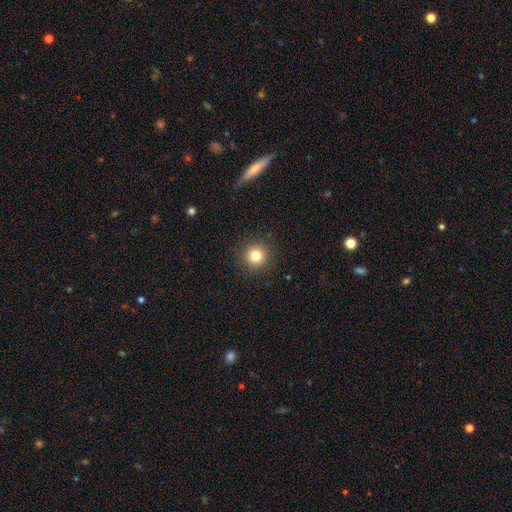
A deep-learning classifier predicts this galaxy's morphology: The model was most divided on "smooth or featured": smooth: 80%, star or artifact: 13%, featured or disk: 7%. More confident: how rounded — round (95%); merging — none (91%).